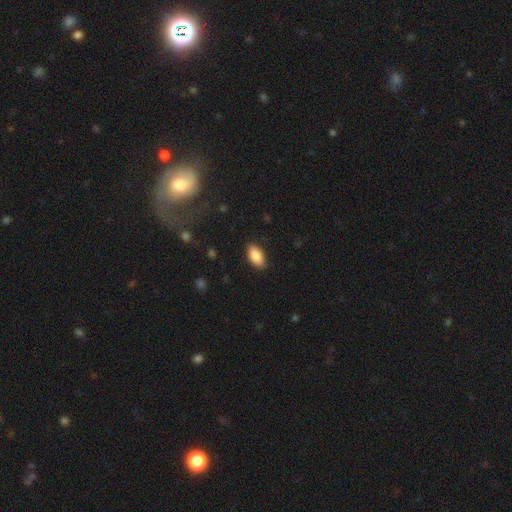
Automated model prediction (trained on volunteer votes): A smooth galaxy with no disk features (88%) that is in between round and cigar-shaped (92%). Merging: none (86%).